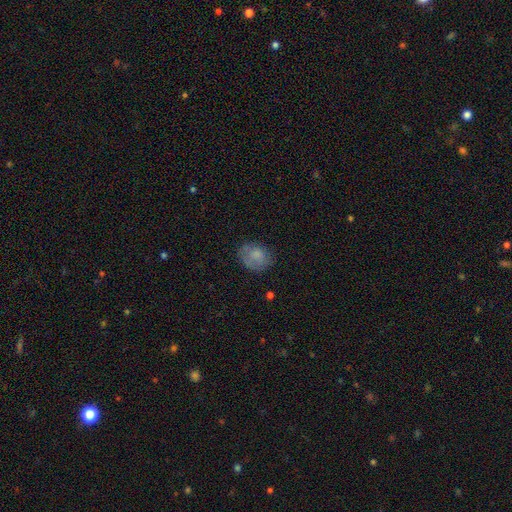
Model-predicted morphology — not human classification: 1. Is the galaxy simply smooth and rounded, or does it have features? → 71% smooth, 20% featured or disk, 9% star or artifact.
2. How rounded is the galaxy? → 54% in between, 45% round, 1% cigar-shaped.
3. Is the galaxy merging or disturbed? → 65% none, 24% minor disturbance, 10% major disturbance, 2% merger.